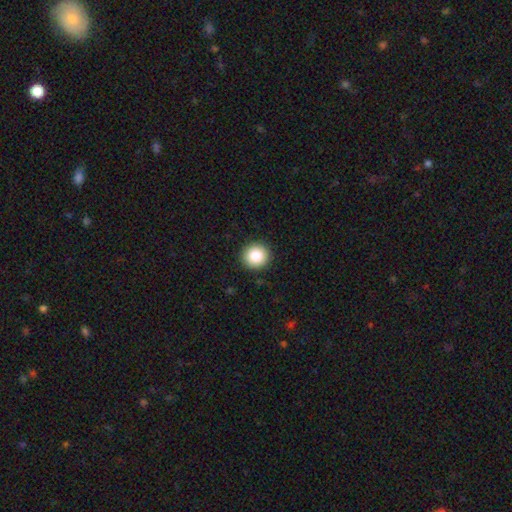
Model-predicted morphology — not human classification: smooth 85%, star or artifact 9%, featured or disk 5%. Down the decision tree: how rounded — round (94%); merging — none (92%).